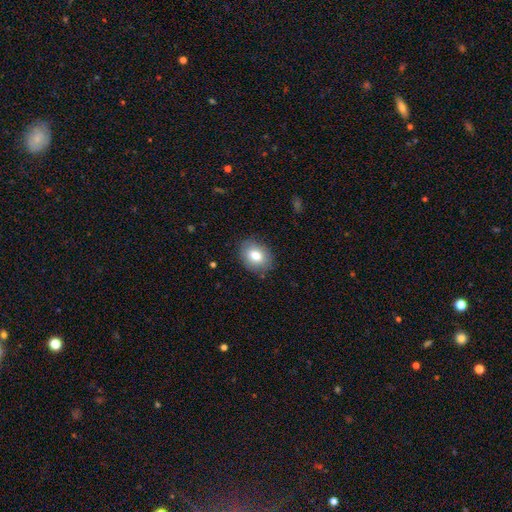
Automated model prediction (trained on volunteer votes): The model was most divided on "how rounded": in between: 60%, round: 39%, cigar-shaped: 1%. More confident: merging — none (85%); smooth or featured — smooth (79%).